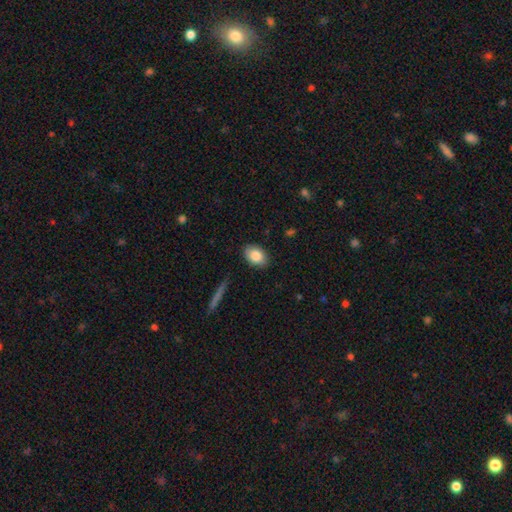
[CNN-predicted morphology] This appears to be a smooth galaxy with no disk features (85%) that is in between round and cigar-shaped (83%). Merging: none (87%).